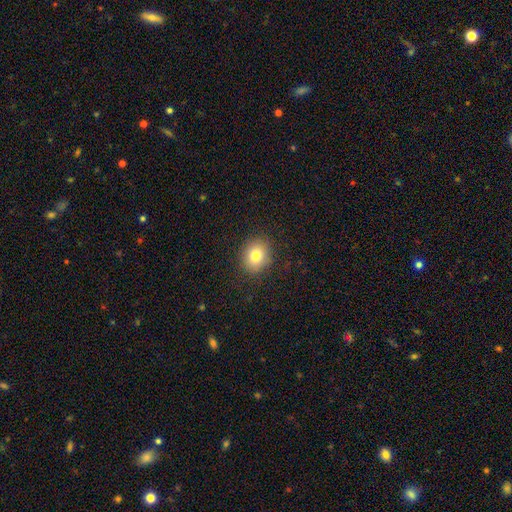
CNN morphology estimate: smooth-or-featured: smooth: 81% | star or artifact: 10% | featured or disk: 9%
  how-rounded: round: 66% | in between: 33% | cigar-shaped: 1%
  merging: none: 88% | minor disturbance: 8% | major disturbance: 3% | merger: 1%